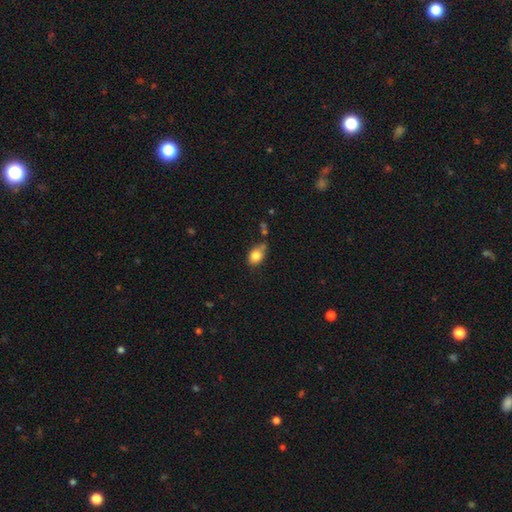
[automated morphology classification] smooth-or-featured: smooth: 82% | featured or disk: 9% | star or artifact: 9%
  how-rounded: in between: 71% | round: 27% | cigar-shaped: 2%
  merging: none: 49% | minor disturbance: 31% | merger: 12% | major disturbance: 8%